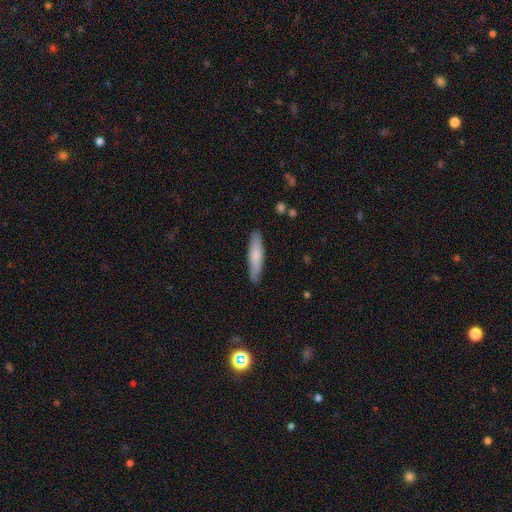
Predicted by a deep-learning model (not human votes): A smooth galaxy with no disk features (74%) that is cigar-shaped (79%).

Vote fractions:
- Smooth or featured? smooth: 74% / featured or disk: 21% / star or artifact: 6%
- How rounded? cigar-shaped: 79% / in between: 20% / round: 1%
- Merging? none: 86% / minor disturbance: 11% / major disturbance: 2% / merger: 1%